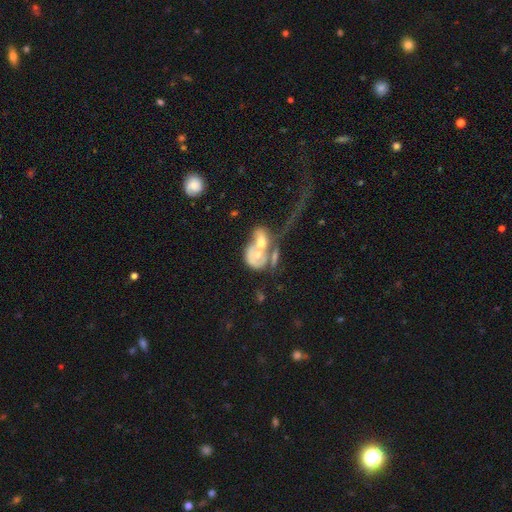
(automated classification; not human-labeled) Smooth or featured? featured or disk (61%)
Edge-on disk? no (96%)
Bar? no (82%)
Spiral arms? no (57%)
Bulge size? moderate (64%)
Merging? merger (73%)